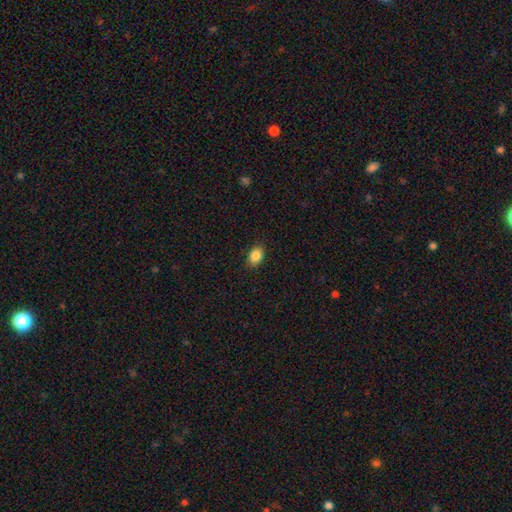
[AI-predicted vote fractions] smooth 87%, star or artifact 9%, featured or disk 5%. Down the decision tree: how rounded — in between (79%); merging — none (88%).